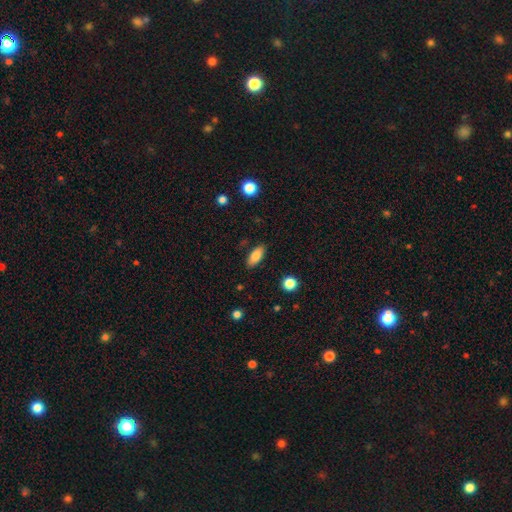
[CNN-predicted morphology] Overall: smooth (82%). How rounded: in between (85%). Merging: none (87%).